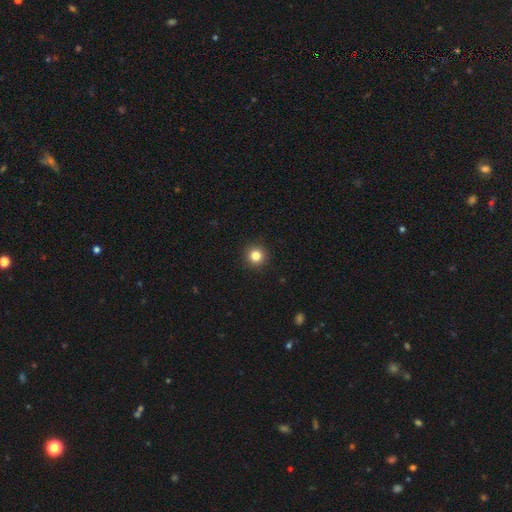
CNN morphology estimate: This is clearly a smooth galaxy (83%). How rounded: clearly round (96%). Merging: clearly none (93%).